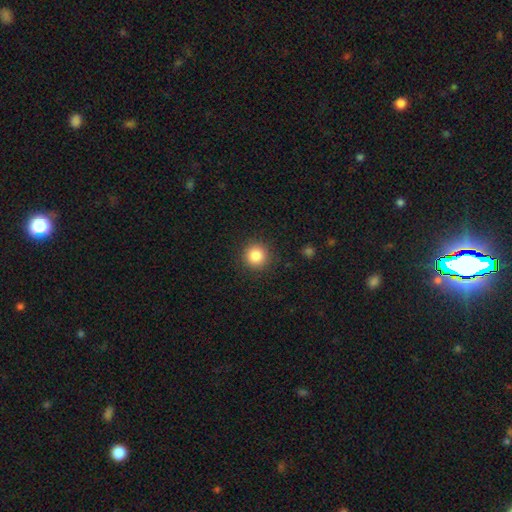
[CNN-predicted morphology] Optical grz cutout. It shows a smooth galaxy with no disk features (86%) that is round (95%). Merging: none (91%).